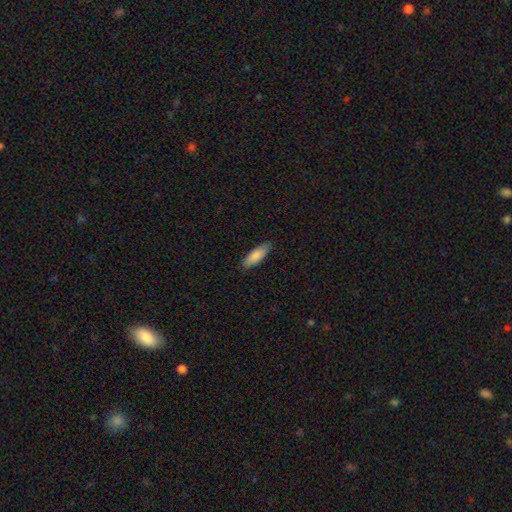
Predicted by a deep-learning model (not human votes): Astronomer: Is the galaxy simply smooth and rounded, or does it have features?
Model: smooth — 87%.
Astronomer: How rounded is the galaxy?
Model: in between — 63%.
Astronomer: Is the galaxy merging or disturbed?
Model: none — 84%.